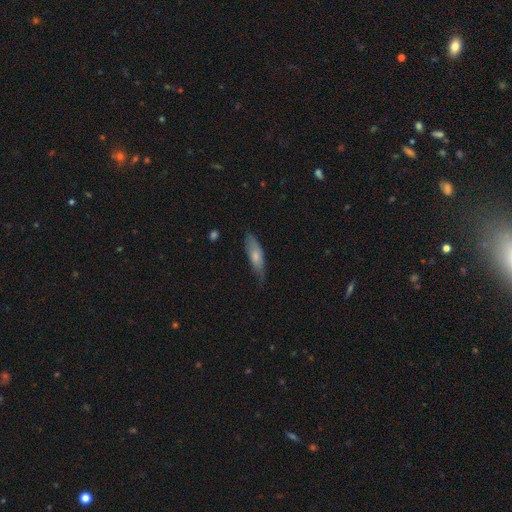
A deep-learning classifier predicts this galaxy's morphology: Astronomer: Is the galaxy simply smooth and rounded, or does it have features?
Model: smooth — 70%.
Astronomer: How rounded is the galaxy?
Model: in between — 49%, tied with cigar-shaped at 49%.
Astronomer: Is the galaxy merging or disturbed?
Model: none — 58%.